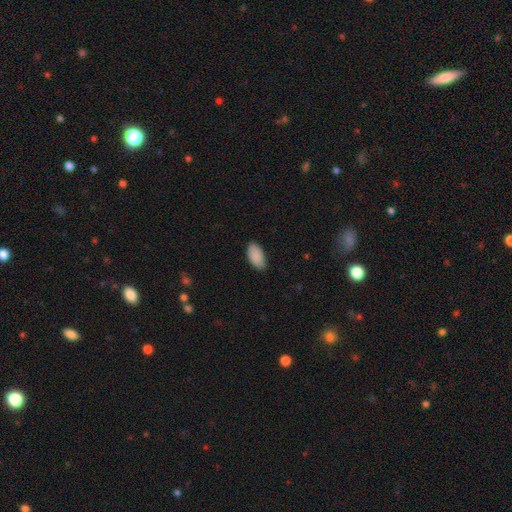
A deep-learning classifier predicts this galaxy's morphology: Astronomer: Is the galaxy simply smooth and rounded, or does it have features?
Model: smooth — 90%.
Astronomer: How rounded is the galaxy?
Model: in between — 95%.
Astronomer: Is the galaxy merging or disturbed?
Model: none — 84%.